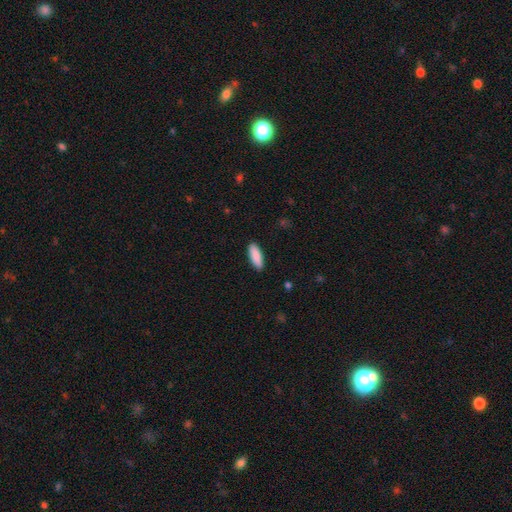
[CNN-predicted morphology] A smooth galaxy with no disk features (90%) that is in between round and cigar-shaped (65%). Merging: none (89%).